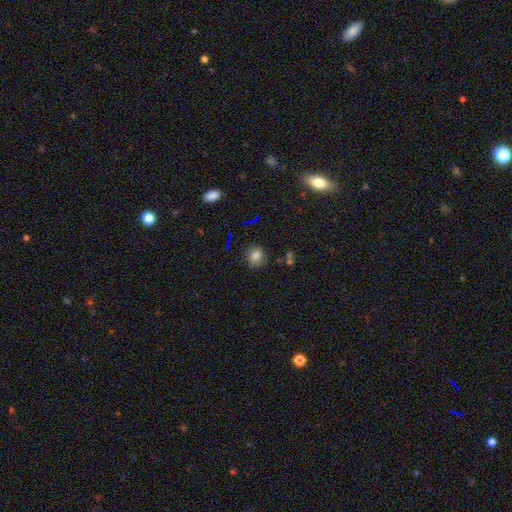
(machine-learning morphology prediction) Q: Smooth or featured?
A: smooth (74%); runner-up: star or artifact (18%)
Q: How rounded?
A: round (63%); runner-up: in between (35%)
Q: Merging?
A: none (83%); runner-up: minor disturbance (11%)